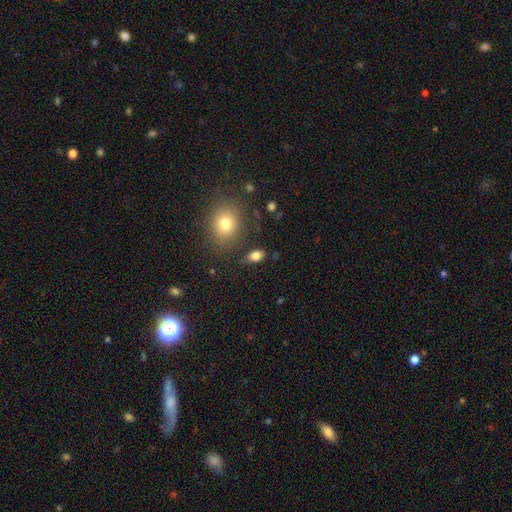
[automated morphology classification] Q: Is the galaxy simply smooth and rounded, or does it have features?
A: smooth — 81%.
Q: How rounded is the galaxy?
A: in between — 84%.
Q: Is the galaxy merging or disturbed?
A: none — 78%.